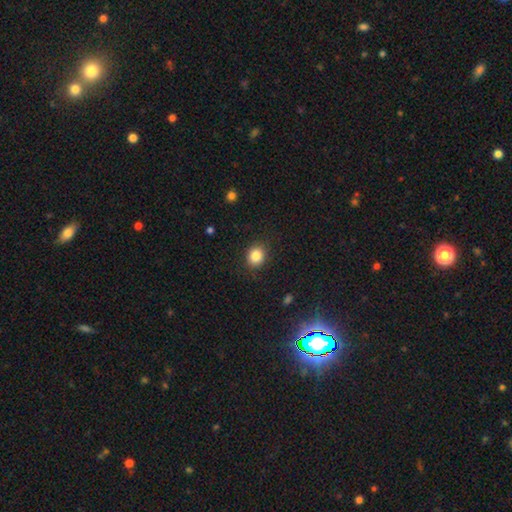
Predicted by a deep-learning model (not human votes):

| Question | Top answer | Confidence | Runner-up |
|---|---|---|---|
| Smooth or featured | smooth | 85% | star or artifact (10%) |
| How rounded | round | 68% | in between (31%) |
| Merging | none | 86% | minor disturbance (10%) |